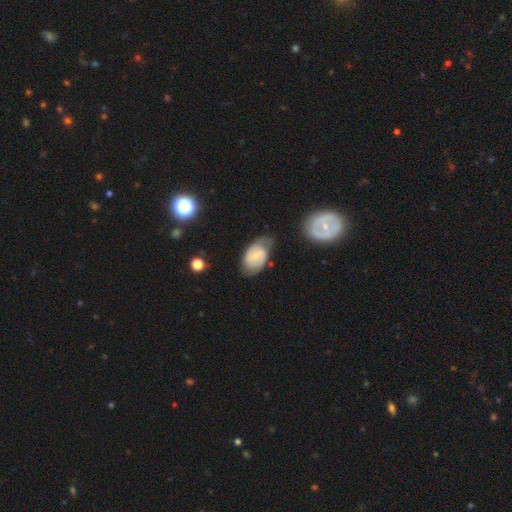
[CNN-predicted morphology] A featured or disk galaxy (54%) with a weak bar (50%), spiral arms (77%) and a small central bulge (61%).

Vote fractions:
- Smooth or featured? featured or disk: 54% / smooth: 39% / star or artifact: 7%
- Edge-on disk? no: 95% / yes: 5%
- Bar? weak: 50% / no: 37% / strong: 13%
- Spiral arms? yes: 77% / no: 23%
- Bulge size? small: 61% / moderate: 30% / none: 5% / large: 2% / dominant: 1%
- Merging? none: 54% / minor disturbance: 29% / major disturbance: 12% / merger: 5%